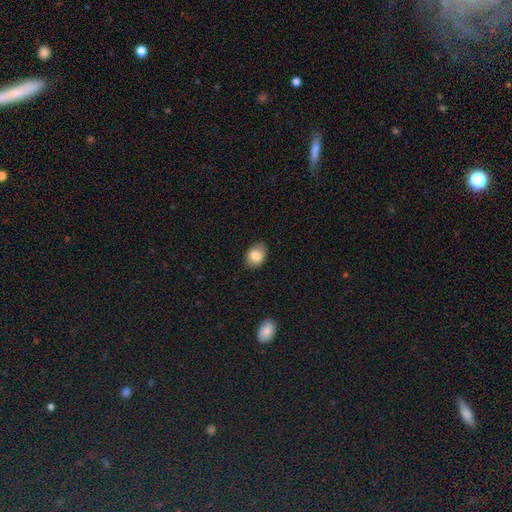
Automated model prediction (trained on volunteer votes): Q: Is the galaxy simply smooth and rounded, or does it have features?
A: smooth — 84%.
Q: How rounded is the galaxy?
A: in between — 65%.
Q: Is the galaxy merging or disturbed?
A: none — 78%.